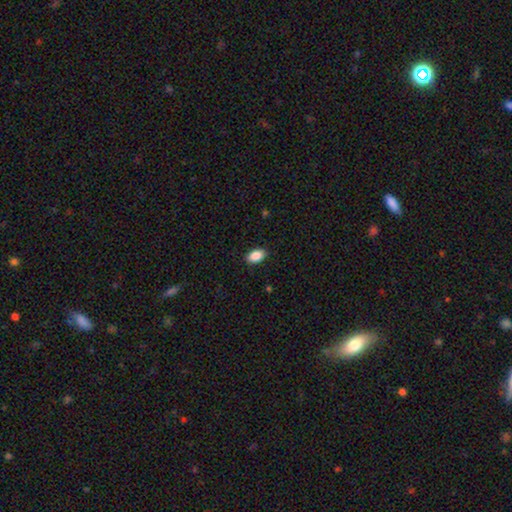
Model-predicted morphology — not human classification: The model was most divided on "merging": none: 88%, minor disturbance: 9%, major disturbance: 2%, merger: 1%. More confident: how rounded — in between (92%); smooth or featured — smooth (89%).